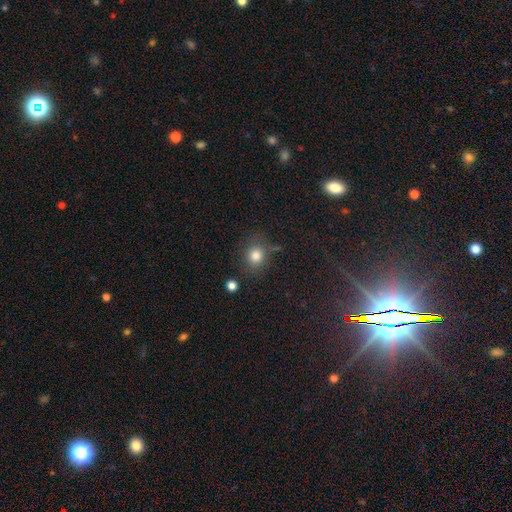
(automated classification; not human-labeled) A smooth galaxy with no disk features (82%) that is round (73%). Merging: none (75%).